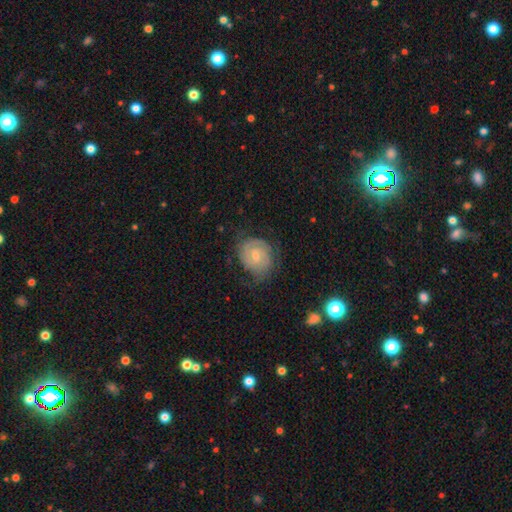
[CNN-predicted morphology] Overall: featured or disk (69%). Edge-on disk: no (98%). Bar: no (55%; weak 39%). Spiral arms: yes (90%). Spiral arm count: 2 (55%; can't tell 25%). Spiral winding: tight (62%; medium 30%). Bulge size: small (55%; moderate 40%). Merging: none (65%).